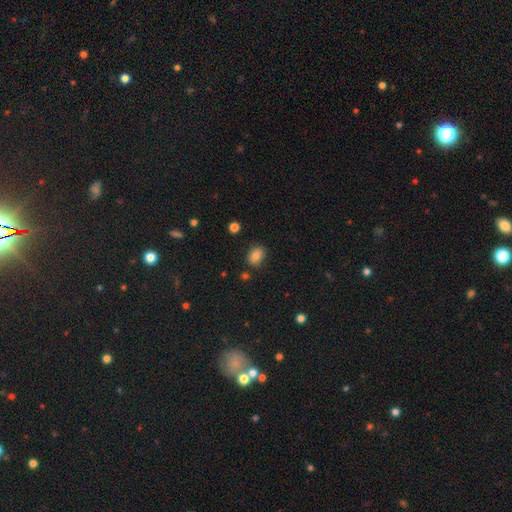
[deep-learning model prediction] Smooth or featured? smooth (82%)
How rounded? in between (70%)
Merging? none (83%)